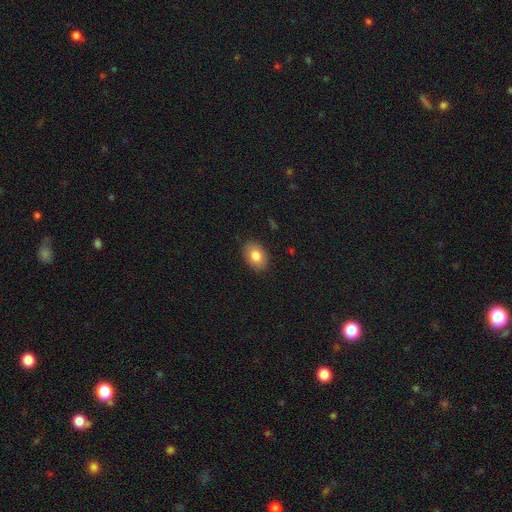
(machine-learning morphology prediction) A smooth galaxy with no disk features (83%) that is in between round and cigar-shaped (81%).

Vote fractions:
- Smooth or featured? smooth: 83% / featured or disk: 9% / star or artifact: 8%
- How rounded? in between: 81% / round: 18% / cigar-shaped: 1%
- Merging? none: 87% / minor disturbance: 10% / major disturbance: 2% / merger: 1%